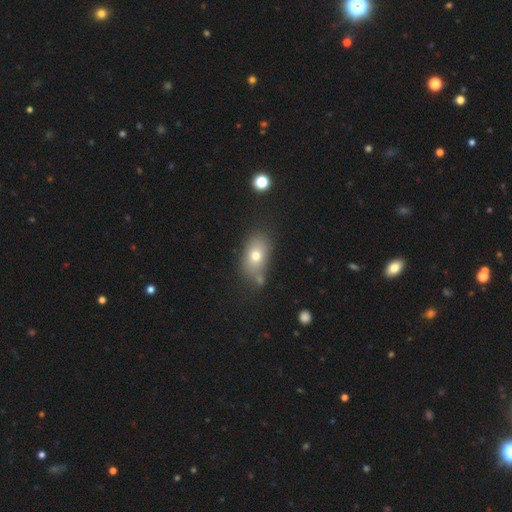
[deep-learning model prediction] smooth 71%, featured or disk 17%, star or artifact 12%. Down the decision tree: how rounded — in between (80%); merging — none (64%).